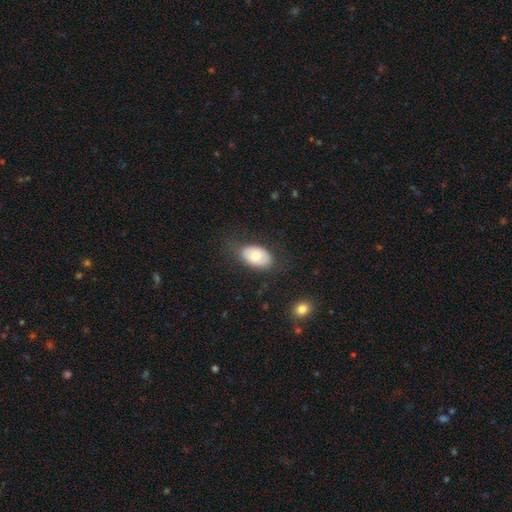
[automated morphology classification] Smooth or featured? Predicted: smooth (p=0.69). How rounded? Predicted: in between (p=0.90). Merging? Predicted: none (p=0.77).